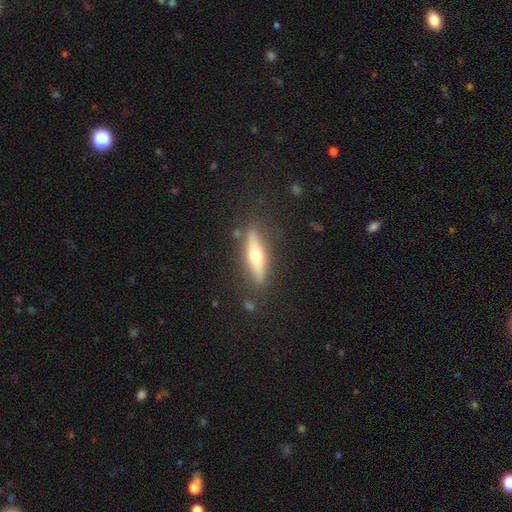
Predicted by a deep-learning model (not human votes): Morphology: type=featured or disk (50%); merging=none (82%).